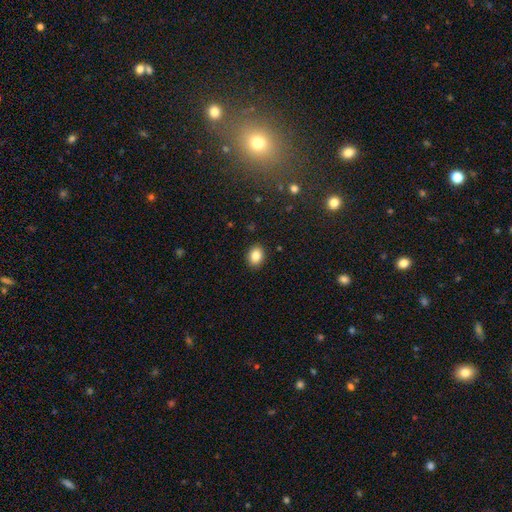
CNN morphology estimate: This appears to be a smooth galaxy with no disk features (85%) that is in between round and cigar-shaped (58%). Merging: none (90%).